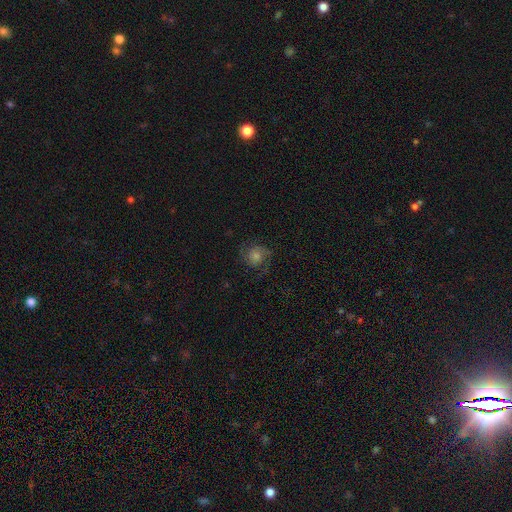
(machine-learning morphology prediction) This is likely a featured or disk galaxy (68%). It is clearly not viewed edge-on (98%). Bar: likely no (74%). Spiral arm pattern: clearly yes (95%). Spiral arm count: likely 2 (79%). Spiral winding: possibly medium (49%). Central bulge: marginally moderate (42%). Merging: likely none (75%).